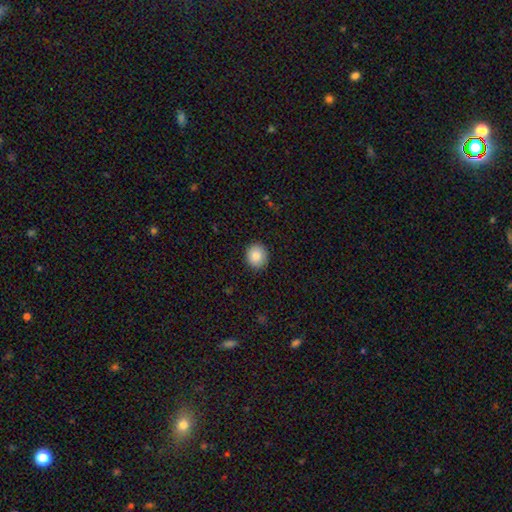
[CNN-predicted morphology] The model was most divided on "how rounded": round: 84%, in between: 15%, cigar-shaped: 1%. More confident: merging — none (90%); smooth or featured — smooth (86%).